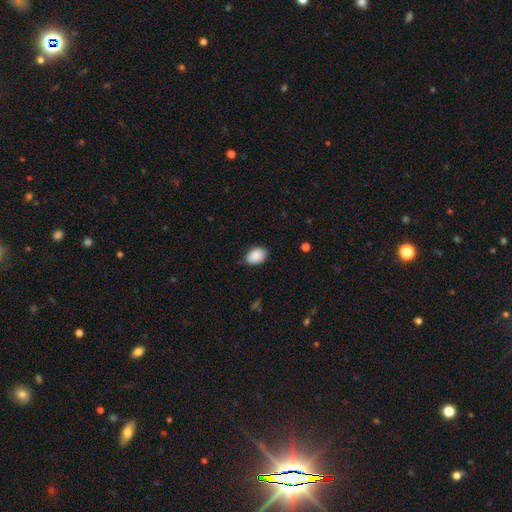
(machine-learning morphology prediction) type=smooth (89%); roundness=in between (83%); merging=none (83%).